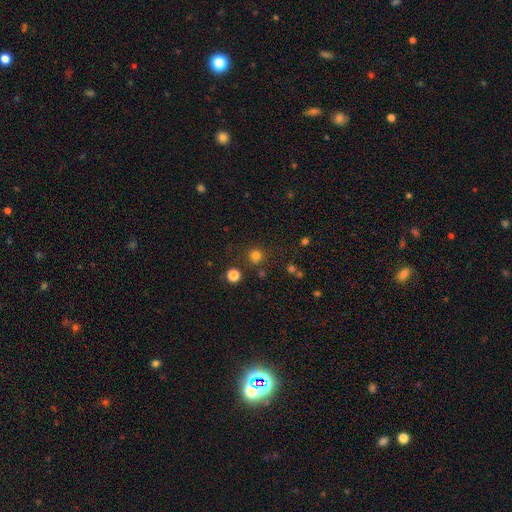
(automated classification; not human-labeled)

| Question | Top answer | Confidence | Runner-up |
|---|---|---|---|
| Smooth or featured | smooth | 77% | star or artifact (18%) |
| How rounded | round | 92% | in between (7%) |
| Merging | none | 82% | minor disturbance (9%) |